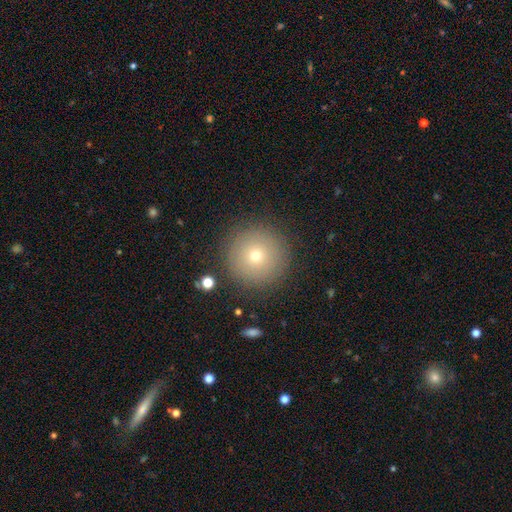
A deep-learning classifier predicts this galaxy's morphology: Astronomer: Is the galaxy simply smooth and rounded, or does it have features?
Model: smooth — 70%.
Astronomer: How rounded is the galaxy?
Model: round — 97%.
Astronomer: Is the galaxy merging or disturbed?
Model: none — 89%.